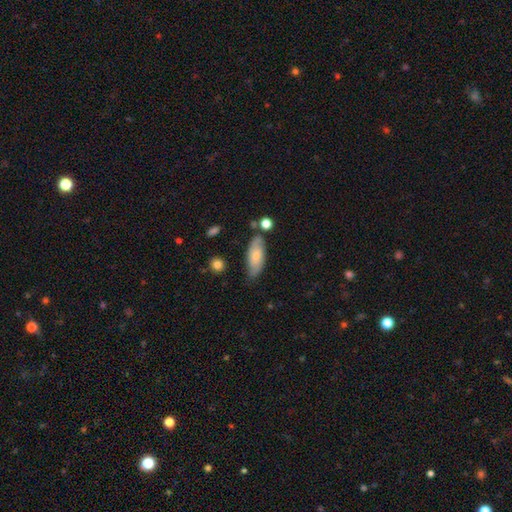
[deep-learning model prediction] Smooth or featured?
  - smooth: 61% *
  - featured or disk: 32%
  - star or artifact: 6%
How rounded?
  - in between: 80% *
  - cigar-shaped: 18%
  - round: 3%
Merging?
  - none: 70% *
  - minor disturbance: 20%
  - merger: 5%
  - major disturbance: 4%